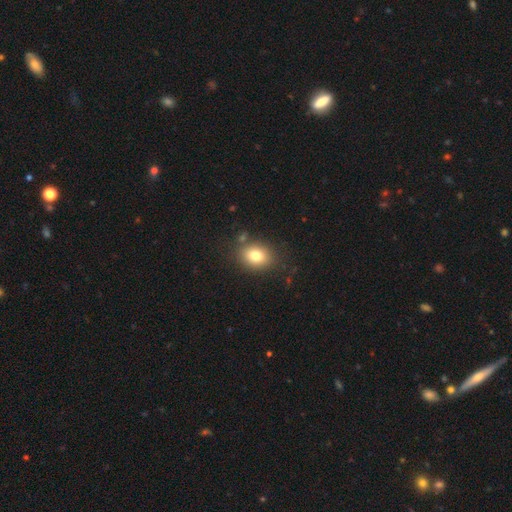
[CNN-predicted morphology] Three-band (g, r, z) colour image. It shows a smooth galaxy with no disk features (79%) that is in between round and cigar-shaped (54%). Merging: none (81%).